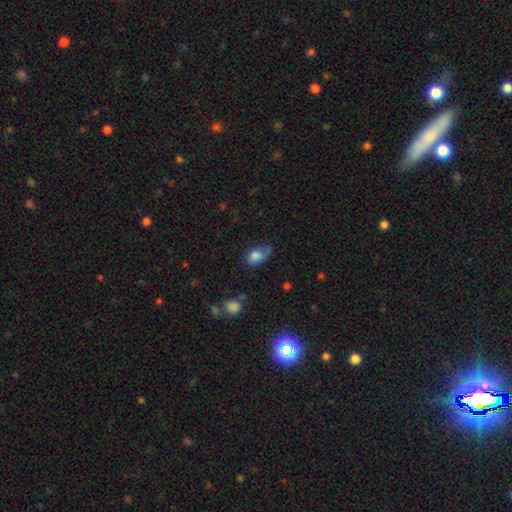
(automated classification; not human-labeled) A smooth galaxy with no disk features (81%) that is in between round and cigar-shaped (82%). Merging: none (41%).